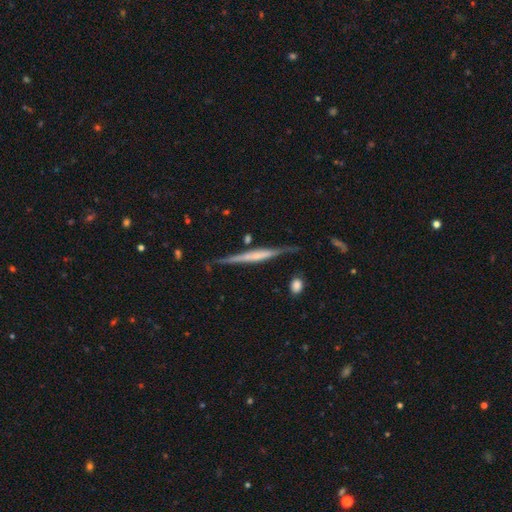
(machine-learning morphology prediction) A featured or disk galaxy (71%) viewed edge-on (97%) with no central bulge (42%). Merging: none (79%).